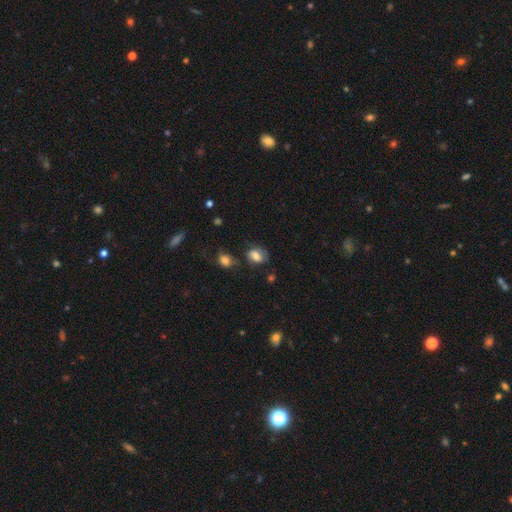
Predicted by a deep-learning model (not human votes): The model was most divided on "merging": none: 55%, minor disturbance: 25%, major disturbance: 11%, merger: 9%. More confident: smooth or featured — smooth (74%); how rounded — in between (71%).